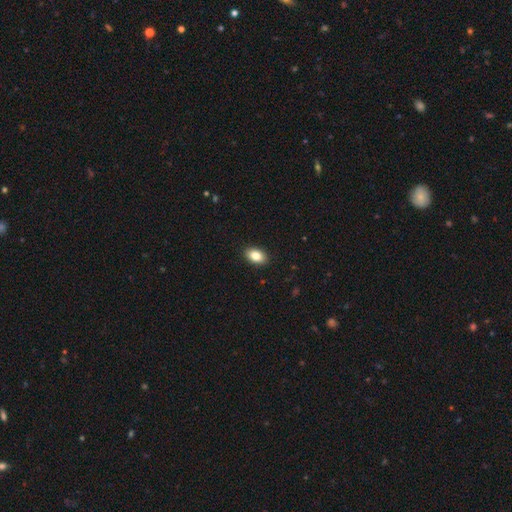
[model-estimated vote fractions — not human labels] Smooth or featured? smooth (85%)
How rounded? in between (88%)
Merging? none (90%)